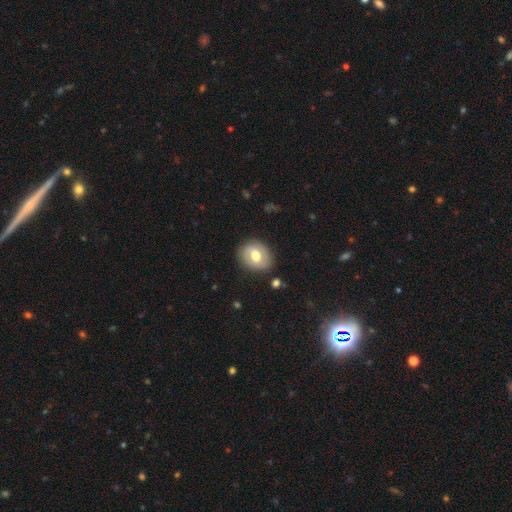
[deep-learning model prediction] This is possibly a smooth galaxy (55%). How rounded: possibly round (56%). Merging: clearly none (82%).